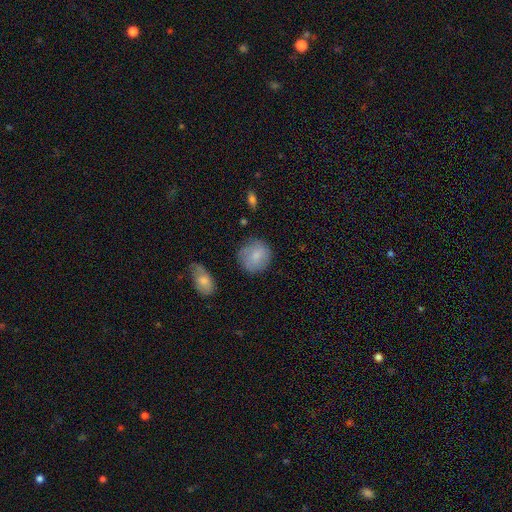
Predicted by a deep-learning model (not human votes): smooth-or-featured: smooth: 78% | featured or disk: 15% | star or artifact: 7%
  how-rounded: round: 85% | in between: 14% | cigar-shaped: 1%
  merging: none: 75% | minor disturbance: 18% | major disturbance: 5% | merger: 2%